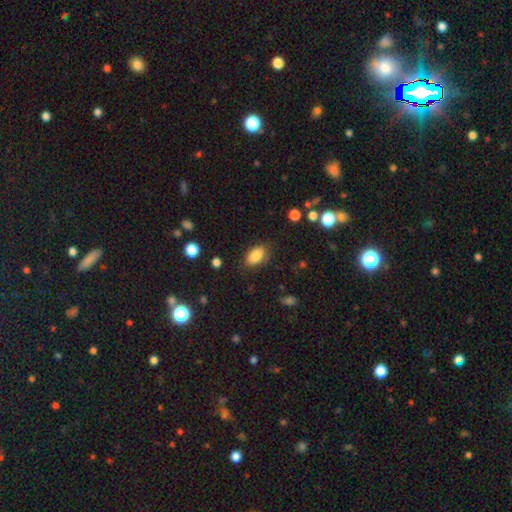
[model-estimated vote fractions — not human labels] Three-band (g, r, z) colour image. It shows a smooth galaxy with no disk features (84%) that is in between round and cigar-shaped (91%). Merging: none (79%).